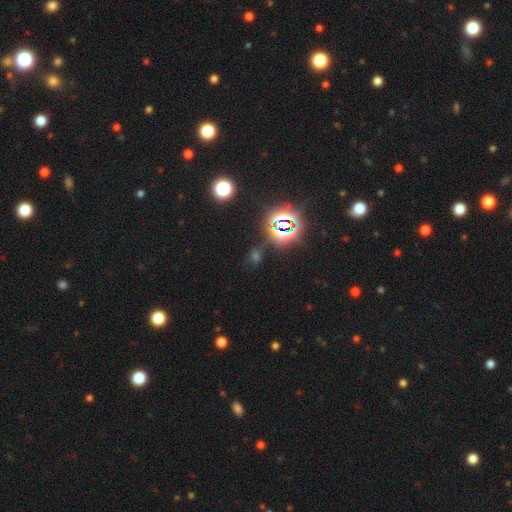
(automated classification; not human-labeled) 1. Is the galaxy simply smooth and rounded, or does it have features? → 69% star or artifact, 22% smooth, 9% featured or disk.